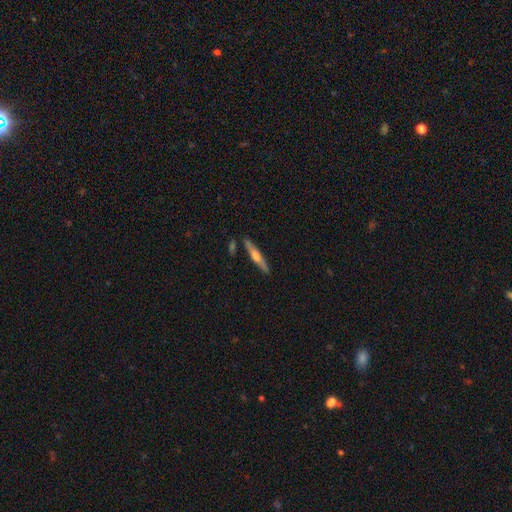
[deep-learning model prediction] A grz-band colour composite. It shows a featured or disk galaxy (54%) viewed edge-on (95%) with a rounded central bulge (82%). Merging: none (86%).